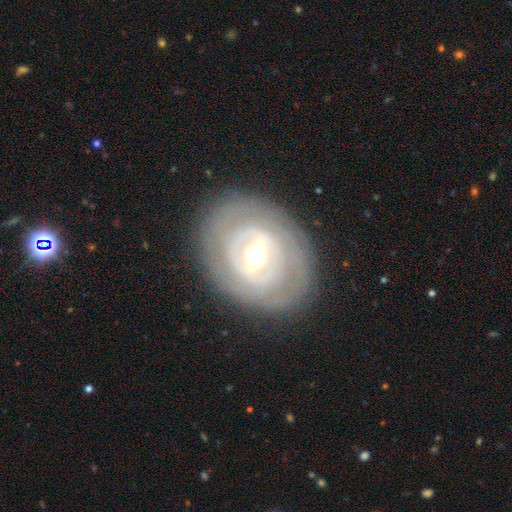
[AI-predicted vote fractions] This is likely a featured or disk galaxy (78%). It is clearly not viewed edge-on (95%). Bar: marginally weak (41%). Spiral arm pattern: possibly no (52%). Central bulge: possibly moderate (58%). Merging: clearly none (82%).